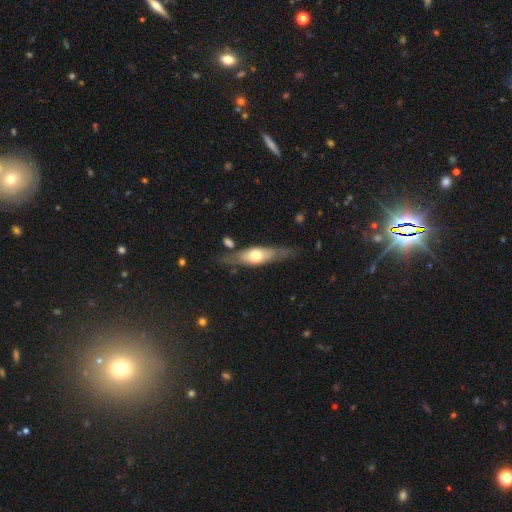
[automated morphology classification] smooth_or_featured: featured or disk (p=0.54) [alt: smooth p=0.41]
disk_edge_on: yes (p=0.76) [alt: no p=0.24]
merging: none (p=0.72) [alt: minor disturbance p=0.18]